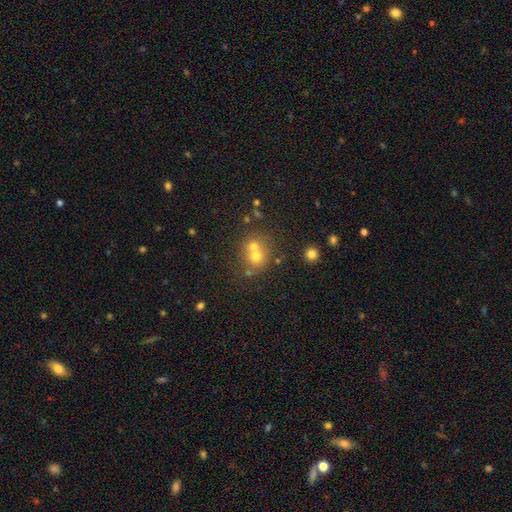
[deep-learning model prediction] Smooth or featured? Predicted: smooth (p=0.64). How rounded? Predicted: round (p=0.79). Merging? Predicted: merger (p=0.50).